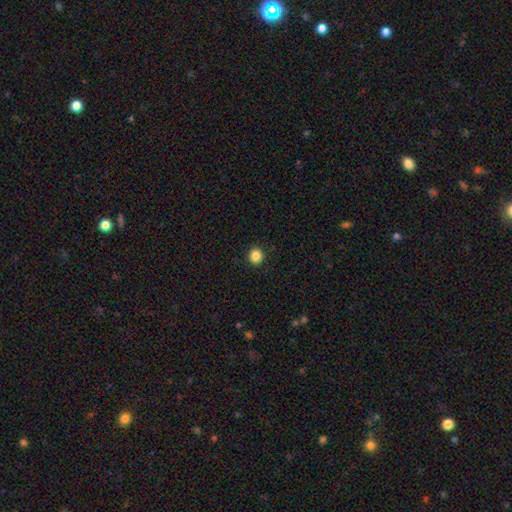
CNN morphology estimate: smooth-or-featured: smooth: 86% | star or artifact: 11% | featured or disk: 4%
  how-rounded: round: 91% | in between: 8% | cigar-shaped: 1%
  merging: none: 92% | minor disturbance: 5% | major disturbance: 2% | merger: 1%